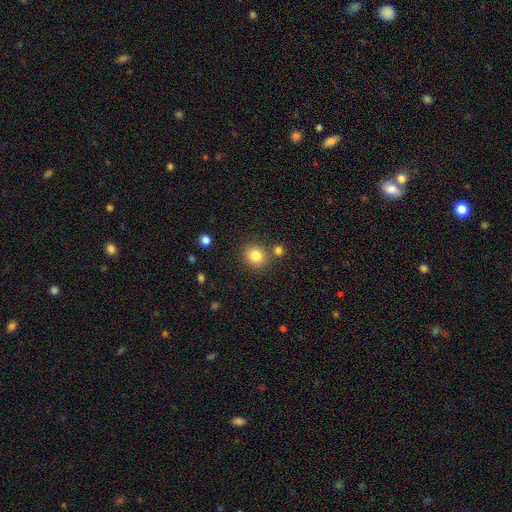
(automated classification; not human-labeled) Smooth or featured: smooth — 82% (star or artifact — 11%)
How rounded: round — 85% (in between — 14%)
Merging: none — 79% (merger — 10%)